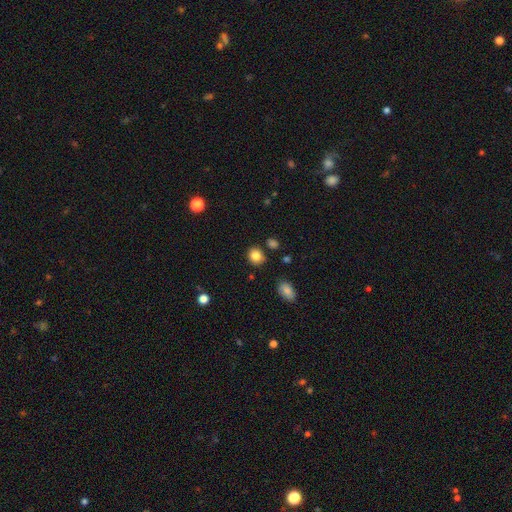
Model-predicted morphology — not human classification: Overall: smooth (84%). How rounded: round (75%). Merging: none (81%).